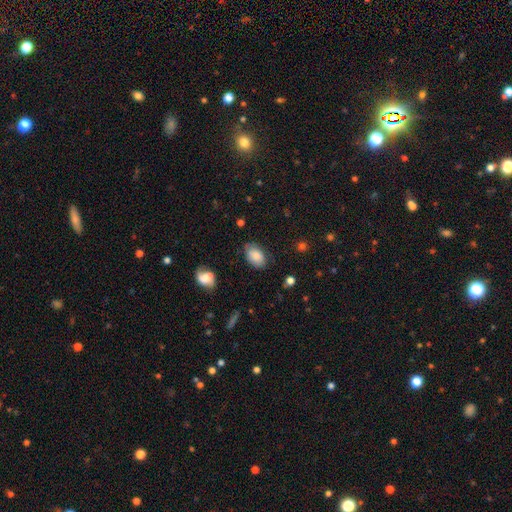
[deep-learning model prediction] A smooth galaxy with no disk features (81%) that is in between round and cigar-shaped (89%). Merging: none (75%).